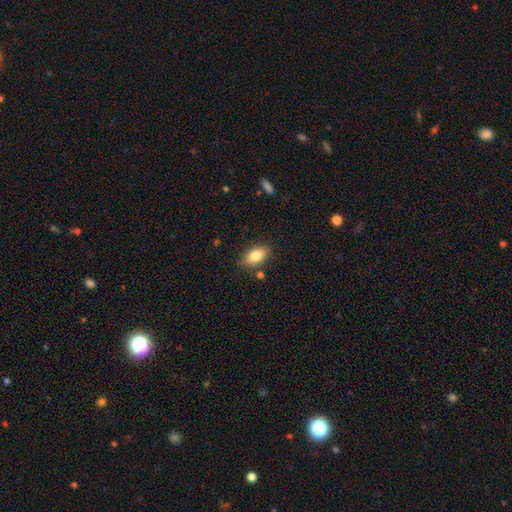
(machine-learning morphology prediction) Smooth or featured? Predicted: smooth (p=0.81). How rounded? Predicted: in between (p=0.89). Merging? Predicted: none (p=0.79).